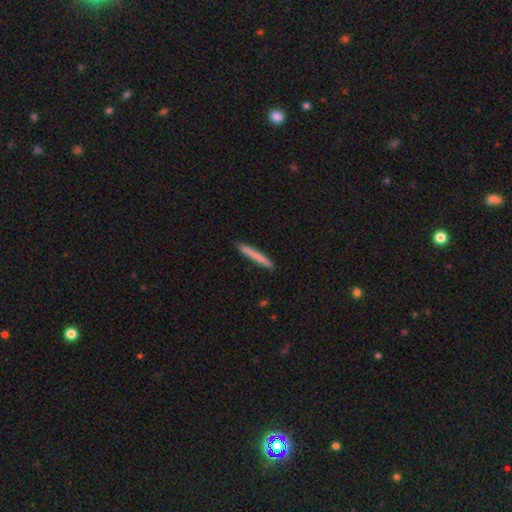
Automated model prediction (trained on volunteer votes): This appears to be a smooth galaxy with no disk features (77%) that is cigar-shaped (97%). Merging: none (90%).